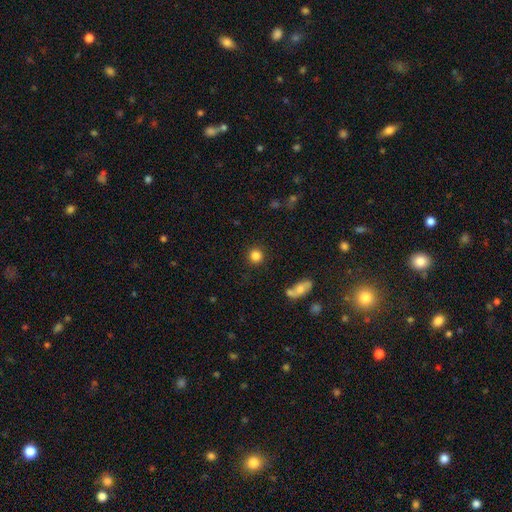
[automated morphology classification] type=smooth (84%); roundness=round (92%); merging=none (88%).